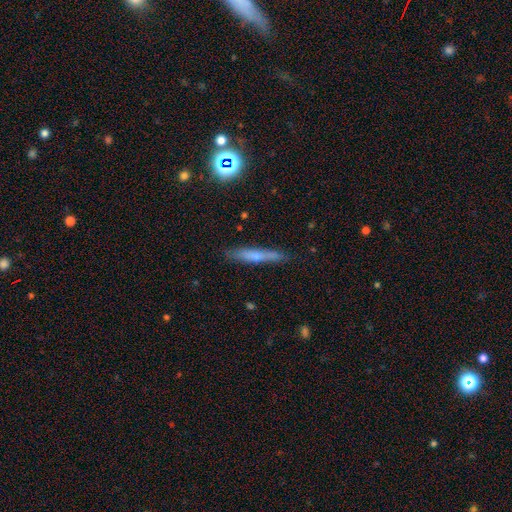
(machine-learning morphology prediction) Overall: smooth (45%, tied with featured or disk). Merging: none (84%).